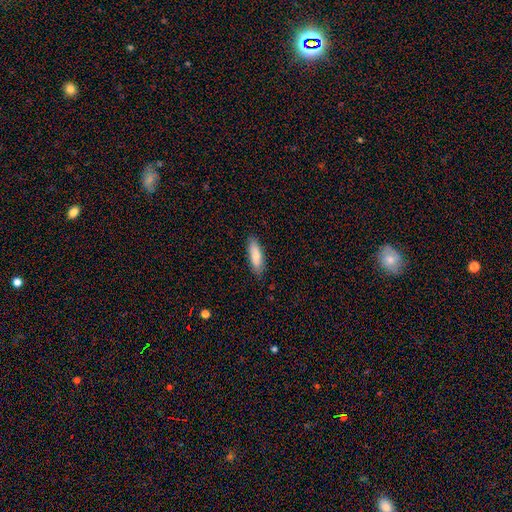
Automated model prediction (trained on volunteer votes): A smooth galaxy with no disk features (83%) that is in between round and cigar-shaped (53%). Merging: none (84%).